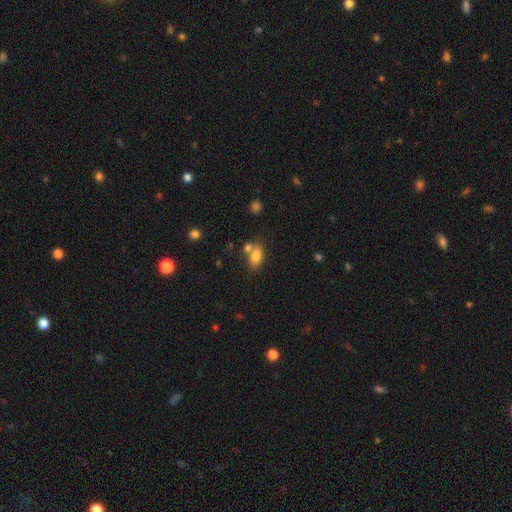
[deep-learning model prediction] smooth_or_featured: smooth (p=0.81) [alt: featured or disk p=0.10]
how_rounded: in between (p=0.86) [alt: round p=0.11]
merging: none (p=0.51) [alt: merger p=0.32]